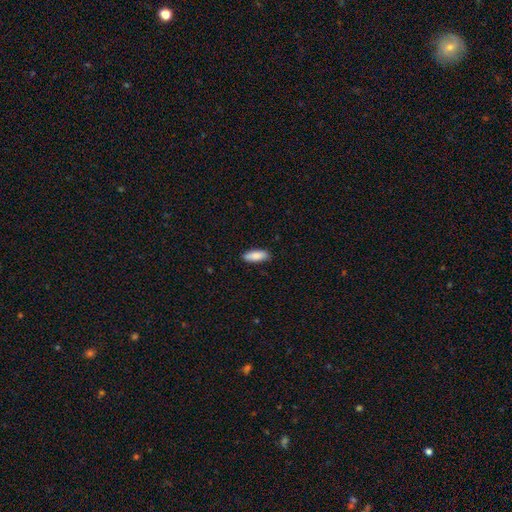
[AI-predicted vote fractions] The model was most divided on "how rounded": in between: 66%, cigar-shaped: 32%, round: 2%. More confident: merging — none (88%); smooth or featured — smooth (88%).